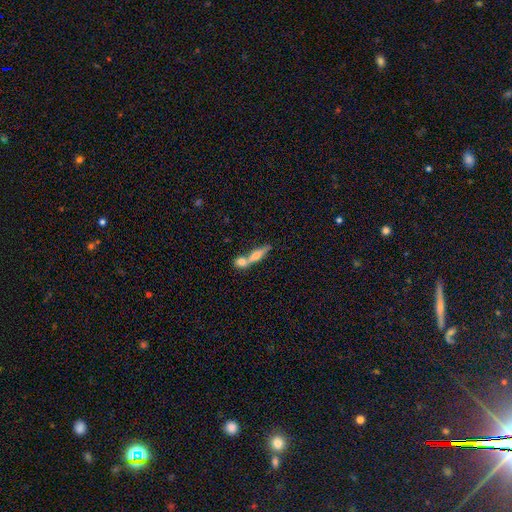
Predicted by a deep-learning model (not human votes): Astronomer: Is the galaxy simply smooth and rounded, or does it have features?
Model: smooth — 51% (runner-up: featured or disk, 41%).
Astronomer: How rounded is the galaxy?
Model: cigar-shaped — 67%.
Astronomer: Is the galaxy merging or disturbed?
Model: merger — 53% (runner-up: none, 36%).